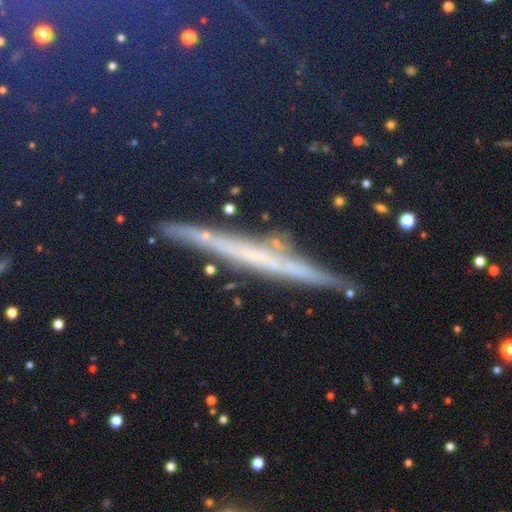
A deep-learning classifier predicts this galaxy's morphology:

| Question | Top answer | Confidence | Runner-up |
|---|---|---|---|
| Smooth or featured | featured or disk | 49% | star or artifact (26%) |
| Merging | none | 81% | minor disturbance (13%) |